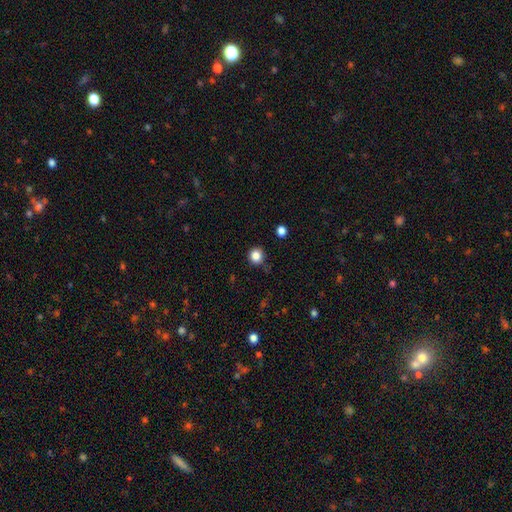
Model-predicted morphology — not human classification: smooth_or_featured: smooth (p=0.84) [alt: star or artifact p=0.12]
how_rounded: round (p=0.88) [alt: in between p=0.11]
merging: none (p=0.81) [alt: minor disturbance p=0.13]